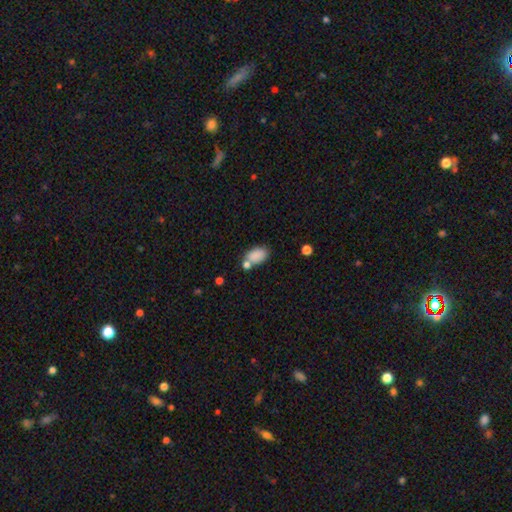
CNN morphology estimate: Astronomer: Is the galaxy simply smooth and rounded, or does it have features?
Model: smooth — 85%.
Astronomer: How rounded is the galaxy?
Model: in between — 90%.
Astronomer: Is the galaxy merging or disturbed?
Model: none — 57%.